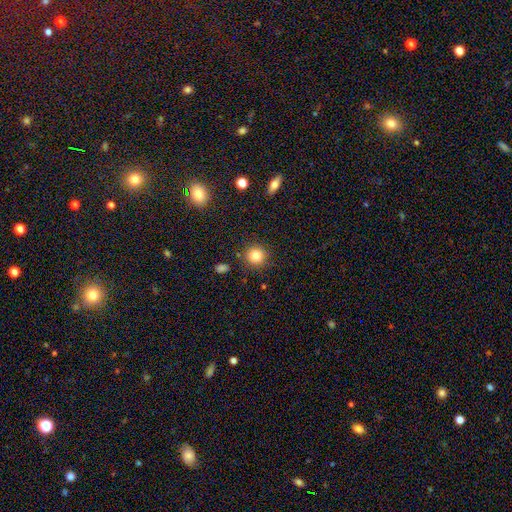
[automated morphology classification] type=smooth (83%); roundness=round (92%); merging=none (87%).